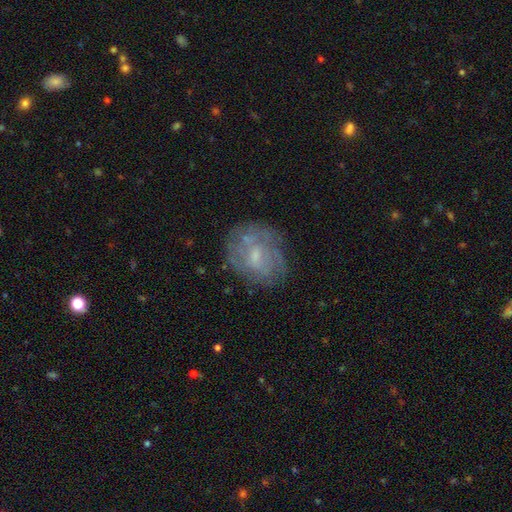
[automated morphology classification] Smooth or featured? Predicted: featured or disk (p=0.55). Edge-on disk? Predicted: no (p=0.97). Bar? Predicted: no (p=0.58). Spiral arms? Predicted: yes (p=0.58). Bulge size? Predicted: small (p=0.58). Merging? Predicted: none (p=0.70).